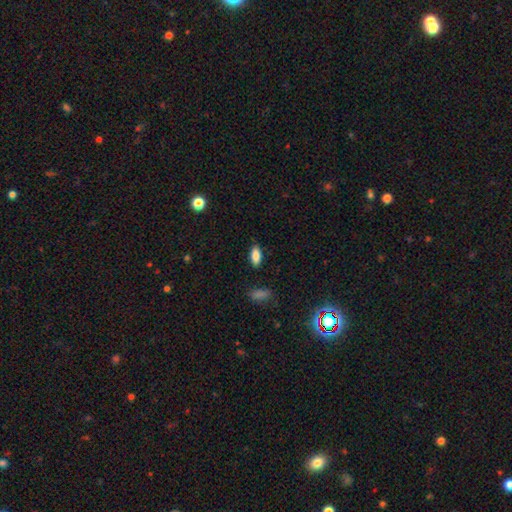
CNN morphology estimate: This is clearly a smooth galaxy (86%). How rounded: clearly in between (86%). Merging: clearly none (86%).